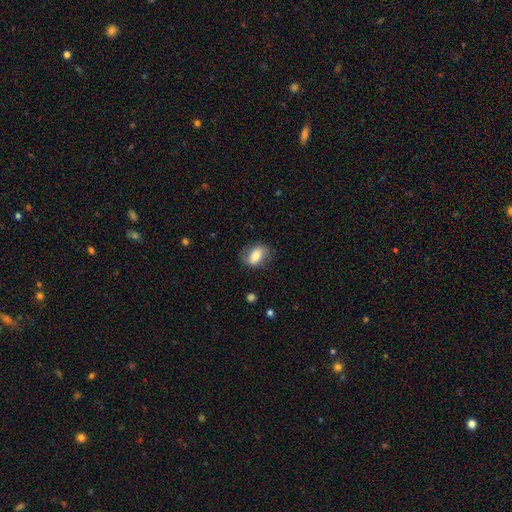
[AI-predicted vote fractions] Smooth or featured: smooth — 63% (featured or disk — 30%)
How rounded: in between — 79% (round — 18%)
Merging: none — 73% (minor disturbance — 19%)